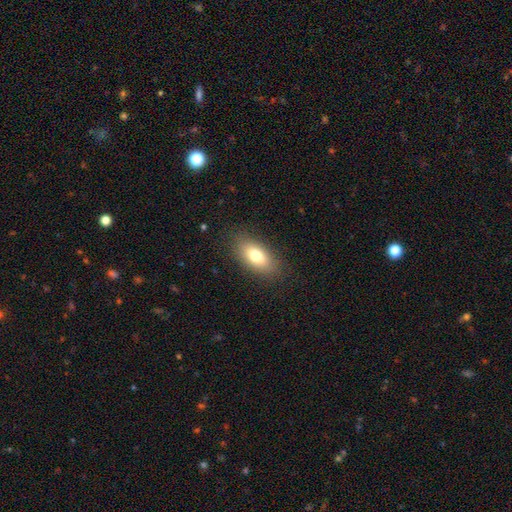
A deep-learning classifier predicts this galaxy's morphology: smooth 77%, featured or disk 15%, star or artifact 8%. Down the decision tree: how rounded — in between (88%); merging — none (85%).